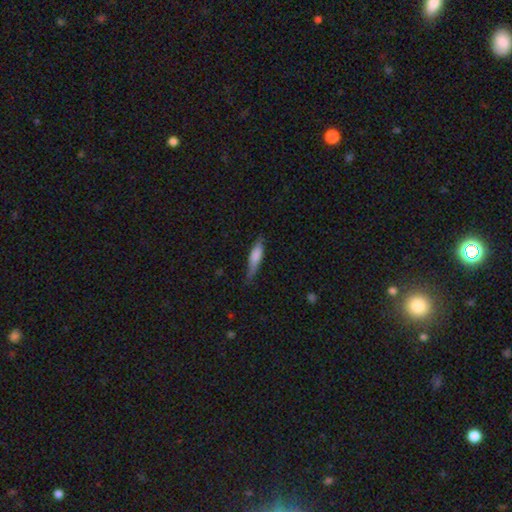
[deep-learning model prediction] Smooth or featured?
  - smooth: 74% *
  - featured or disk: 20%
  - star or artifact: 6%
How rounded?
  - cigar-shaped: 65% *
  - in between: 33%
  - round: 2%
Merging?
  - none: 57% *
  - minor disturbance: 33%
  - major disturbance: 7%
  - merger: 2%